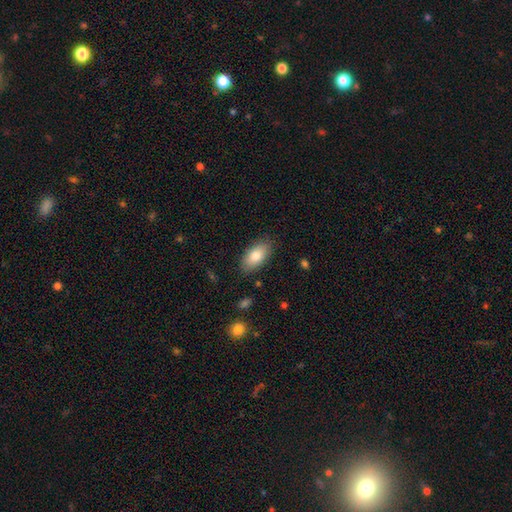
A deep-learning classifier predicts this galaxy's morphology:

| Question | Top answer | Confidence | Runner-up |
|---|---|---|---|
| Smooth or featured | smooth | 81% | featured or disk (13%) |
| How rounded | in between | 92% | cigar-shaped (5%) |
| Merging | none | 85% | minor disturbance (11%) |